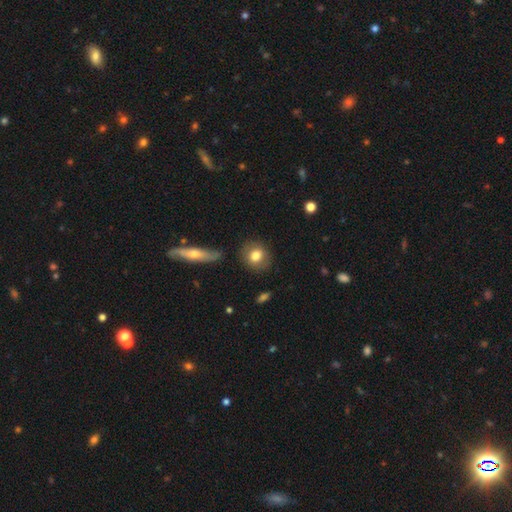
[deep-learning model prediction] This appears to be a smooth galaxy with no disk features (76%) that is round (76%). Merging: none (83%).